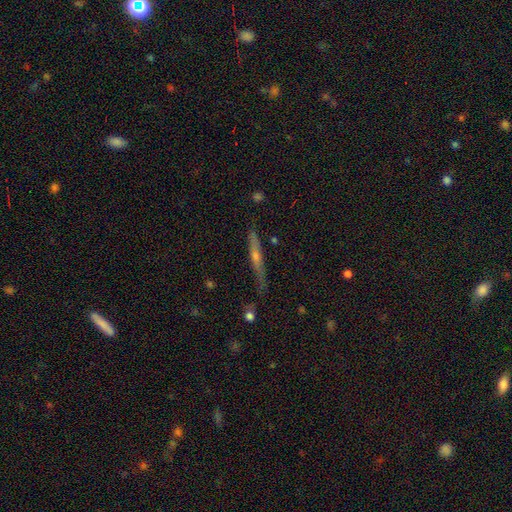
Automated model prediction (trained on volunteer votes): Smooth or featured? featured or disk (64%)
Edge-on disk? yes (94%)
Edge-on bulge? rounded (70%)
Merging? none (75%)